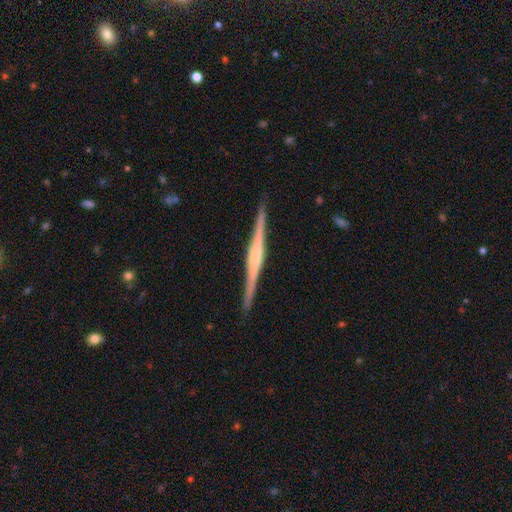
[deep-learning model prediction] Overall: featured or disk (83%). Edge-on disk: yes (99%). Edge-on bulge: rounded (51%; boxy 35%). Merging: none (91%).